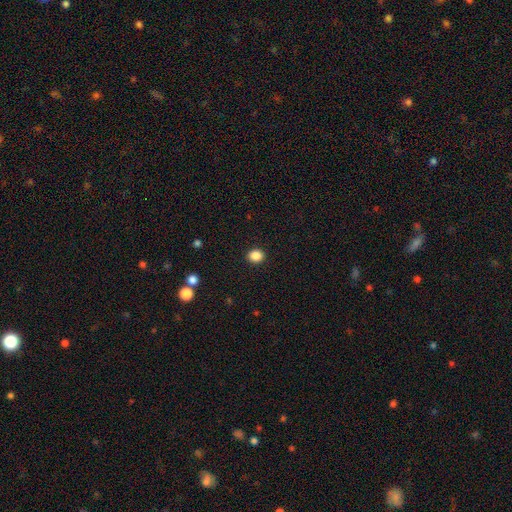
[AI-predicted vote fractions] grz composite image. It shows a smooth galaxy with no disk features (86%) that is round (66%). Merging: none (92%).